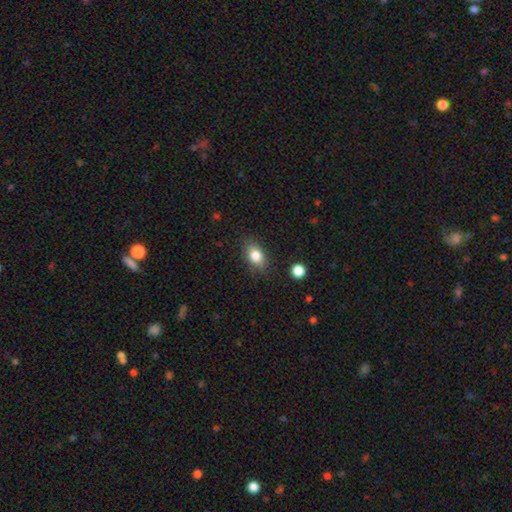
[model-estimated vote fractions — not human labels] Overall: smooth (81%). How rounded: in between (78%). Merging: none (83%).